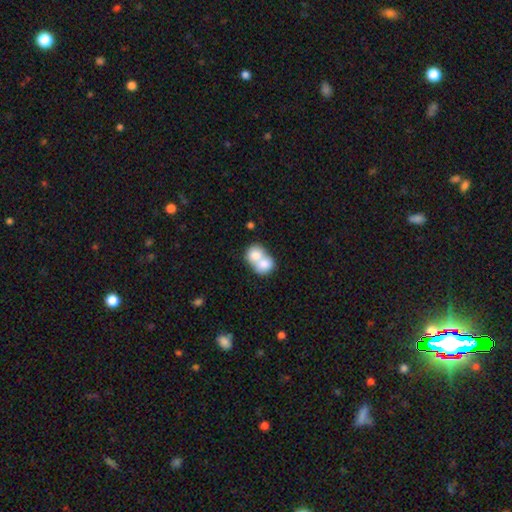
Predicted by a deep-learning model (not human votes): Smooth or featured? Predicted: smooth (p=0.75). How rounded? Predicted: round (p=0.60). Merging? Predicted: merger (p=0.78).